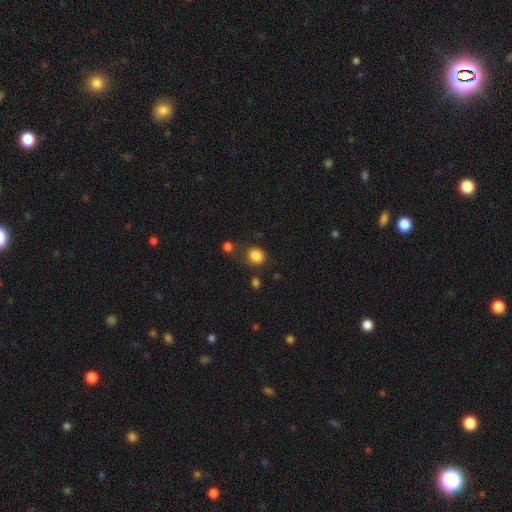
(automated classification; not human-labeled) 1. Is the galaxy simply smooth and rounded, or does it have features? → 85% smooth, 11% star or artifact, 4% featured or disk.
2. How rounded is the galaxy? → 77% round, 22% in between, 1% cigar-shaped.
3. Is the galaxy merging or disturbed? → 73% none, 14% minor disturbance, 8% merger, 5% major disturbance.